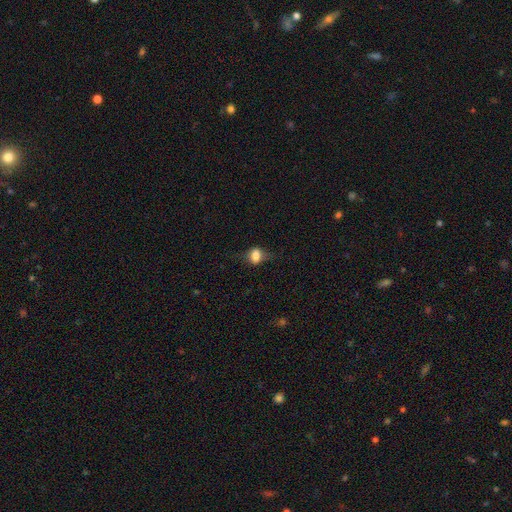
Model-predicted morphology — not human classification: Smooth or featured?
  - smooth: 67% *
  - featured or disk: 22%
  - star or artifact: 11%
How rounded?
  - in between: 63% *
  - round: 32%
  - cigar-shaped: 4%
Merging?
  - none: 60% *
  - minor disturbance: 25%
  - major disturbance: 14%
  - merger: 2%